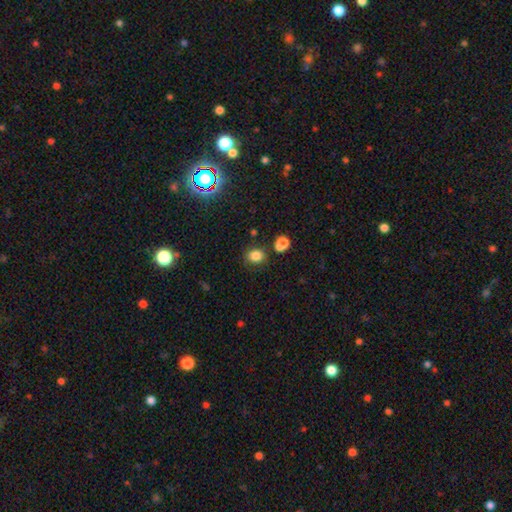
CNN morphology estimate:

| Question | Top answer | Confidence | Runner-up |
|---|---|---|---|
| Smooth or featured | smooth | 81% | star or artifact (13%) |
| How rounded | round | 62% | in between (37%) |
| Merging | none | 70% | minor disturbance (16%) |